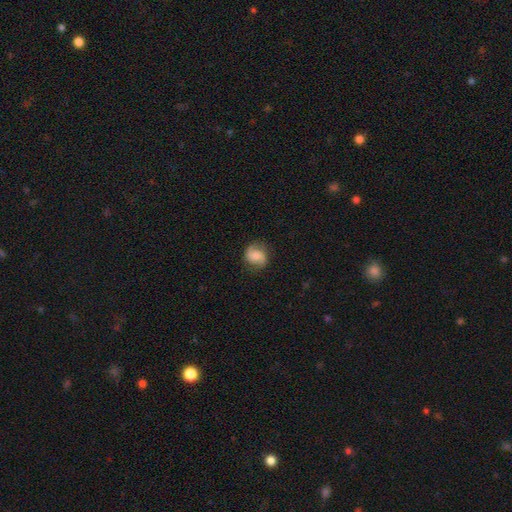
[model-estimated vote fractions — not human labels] Smooth or featured? smooth (48%)
Merging? none (76%)